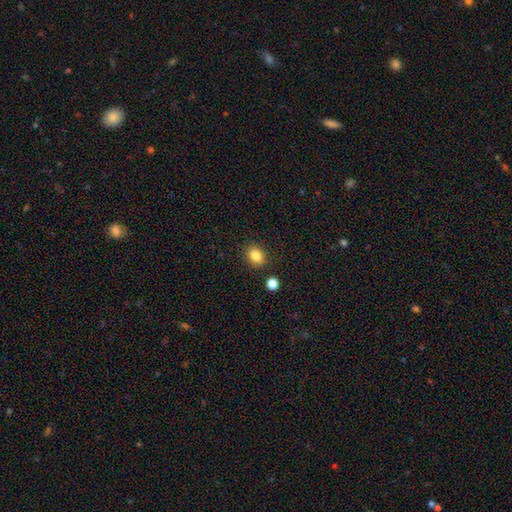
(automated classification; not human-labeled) smooth-or-featured: smooth: 85% | star or artifact: 10% | featured or disk: 5%
  how-rounded: in between: 56% | round: 43% | cigar-shaped: 1%
  merging: none: 85% | minor disturbance: 9% | merger: 3% | major disturbance: 3%